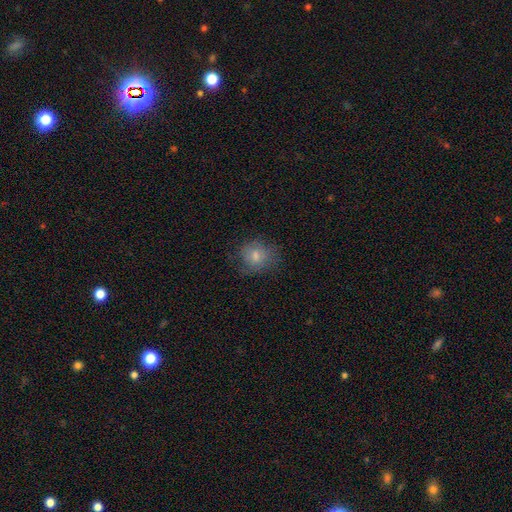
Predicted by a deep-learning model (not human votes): A smooth galaxy with no disk features (73%) that is round (71%).

Vote fractions:
- Smooth or featured? smooth: 73% / featured or disk: 16% / star or artifact: 10%
- How rounded? round: 71% / in between: 28% / cigar-shaped: 1%
- Merging? none: 67% / minor disturbance: 21% / major disturbance: 10% / merger: 1%